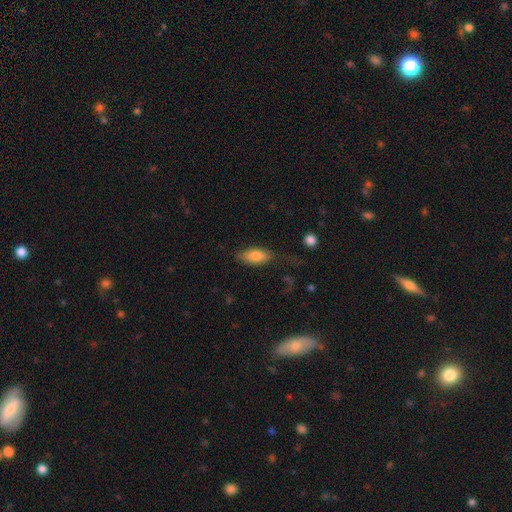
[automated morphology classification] smooth-or-featured: smooth: 81% | featured or disk: 12% | star or artifact: 7%
  how-rounded: in between: 86% | cigar-shaped: 11% | round: 3%
  merging: none: 69% | minor disturbance: 19% | major disturbance: 8% | merger: 3%